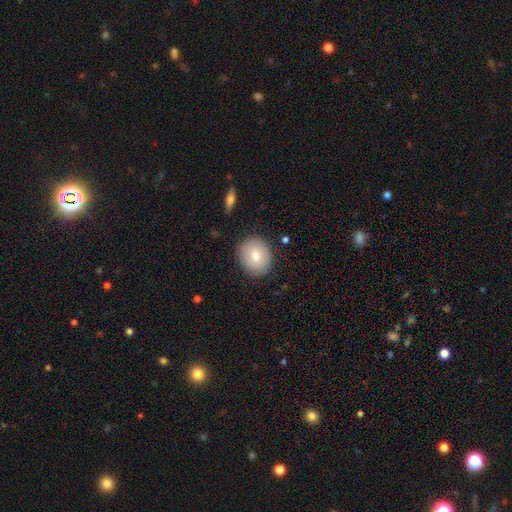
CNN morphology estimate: Smooth or featured? Predicted: smooth (p=0.73). How rounded? Predicted: round (p=0.76). Merging? Predicted: none (p=0.87).